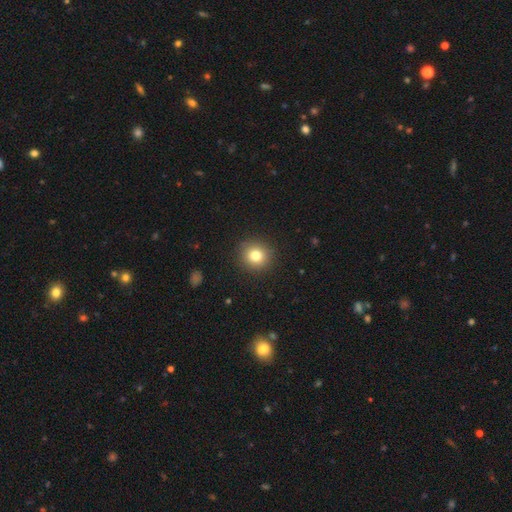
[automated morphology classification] A smooth galaxy with no disk features (80%) that is round (92%). Merging: none (91%).